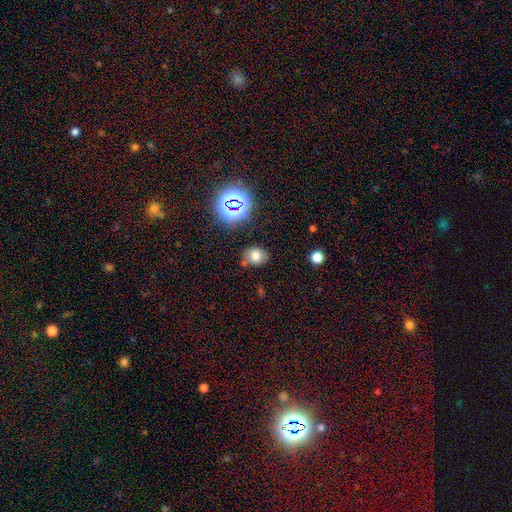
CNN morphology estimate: smooth-or-featured: smooth: 71% | star or artifact: 18% | featured or disk: 11%
  how-rounded: in between: 55% | round: 44% | cigar-shaped: 1%
  merging: none: 71% | minor disturbance: 17% | merger: 7% | major disturbance: 5%